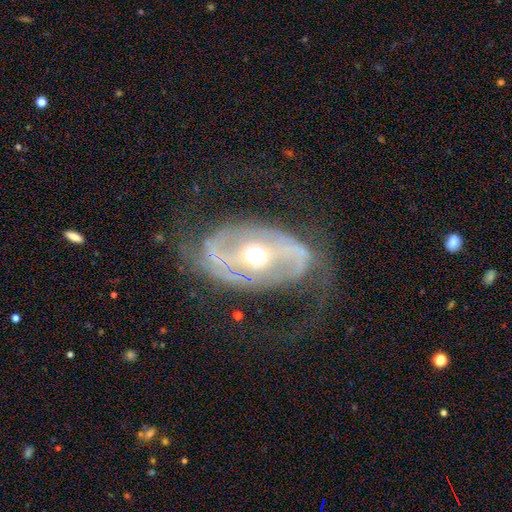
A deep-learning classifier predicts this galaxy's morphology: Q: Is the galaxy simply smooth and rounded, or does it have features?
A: featured or disk — 85%.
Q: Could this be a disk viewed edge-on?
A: no — 95%.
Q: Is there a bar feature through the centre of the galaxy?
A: no — 44%.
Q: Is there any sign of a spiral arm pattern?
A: yes — 81%.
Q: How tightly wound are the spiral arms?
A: loose — 40%.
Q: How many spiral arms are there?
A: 2 — 84%.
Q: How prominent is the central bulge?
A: moderate — 74%.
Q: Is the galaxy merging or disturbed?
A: none — 59%.